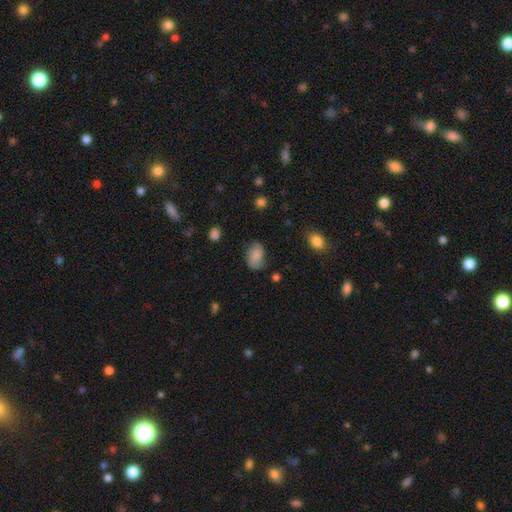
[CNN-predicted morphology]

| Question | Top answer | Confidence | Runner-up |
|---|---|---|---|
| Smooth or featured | smooth | 72% | featured or disk (19%) |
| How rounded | in between | 83% | round (16%) |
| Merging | none | 61% | minor disturbance (28%) |